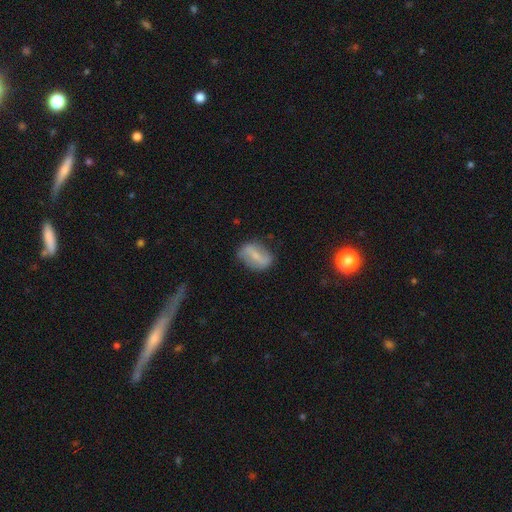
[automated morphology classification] This is possibly a featured or disk galaxy (55%). It is clearly not viewed edge-on (91%). Bar: possibly strong (54%). Spiral arm pattern: possibly yes (58%). Central bulge: possibly small (57%). Merging: likely none (75%).